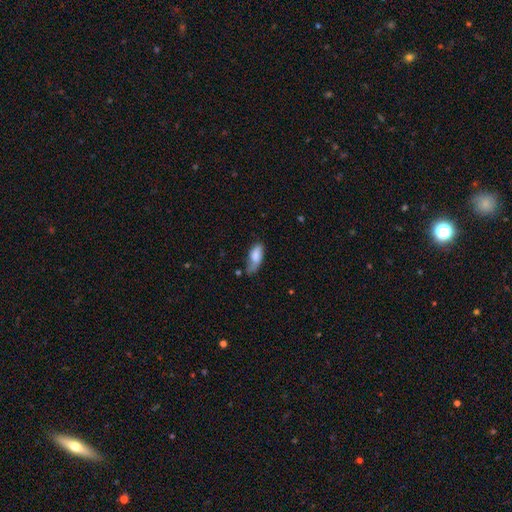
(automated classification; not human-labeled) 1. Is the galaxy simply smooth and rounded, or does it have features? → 74% smooth, 18% featured or disk, 7% star or artifact.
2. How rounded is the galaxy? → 82% in between, 15% cigar-shaped, 3% round.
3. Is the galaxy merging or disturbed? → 40% none, 39% minor disturbance, 15% major disturbance, 6% merger.